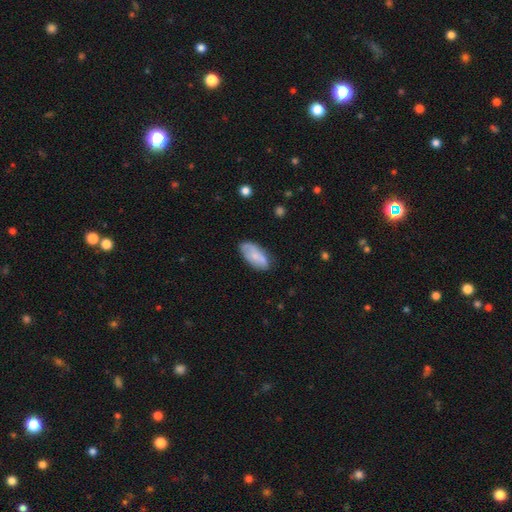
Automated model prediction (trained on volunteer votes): The model was most divided on "smooth or featured": smooth: 69%, featured or disk: 25%, star or artifact: 6%. More confident: how rounded — in between (91%); merging — none (68%).